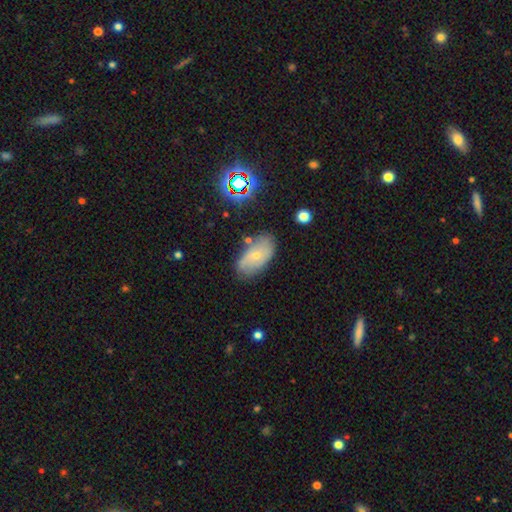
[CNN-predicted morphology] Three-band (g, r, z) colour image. It shows a smooth galaxy with no disk features (45%). Merging: none (68%).